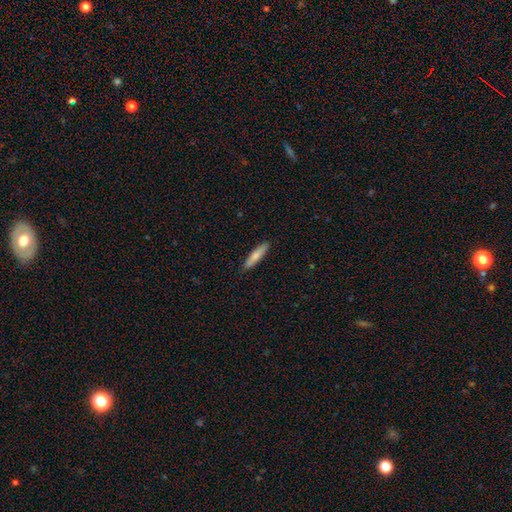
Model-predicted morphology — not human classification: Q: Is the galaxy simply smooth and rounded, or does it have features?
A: smooth — 76%.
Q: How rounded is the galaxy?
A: cigar-shaped — 80%.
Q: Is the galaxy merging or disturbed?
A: none — 88%.